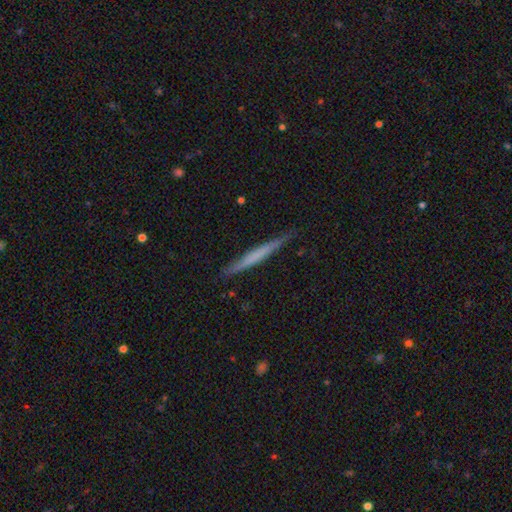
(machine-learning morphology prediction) type=smooth (49%); merging=none (88%).